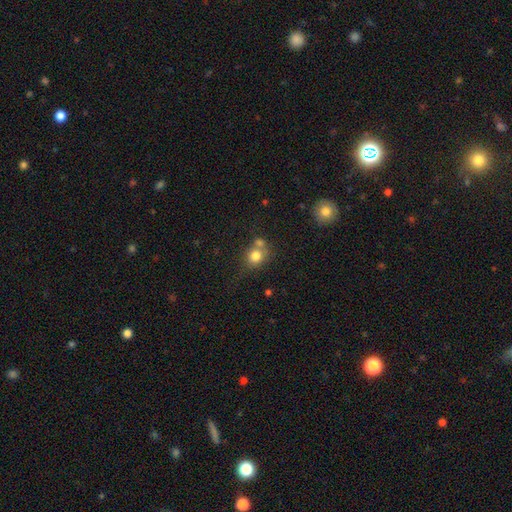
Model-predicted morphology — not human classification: smooth_or_featured: smooth (p=0.78) [alt: featured or disk p=0.11]
how_rounded: round (p=0.76) [alt: in between p=0.22]
merging: none (p=0.47) [alt: merger p=0.36]